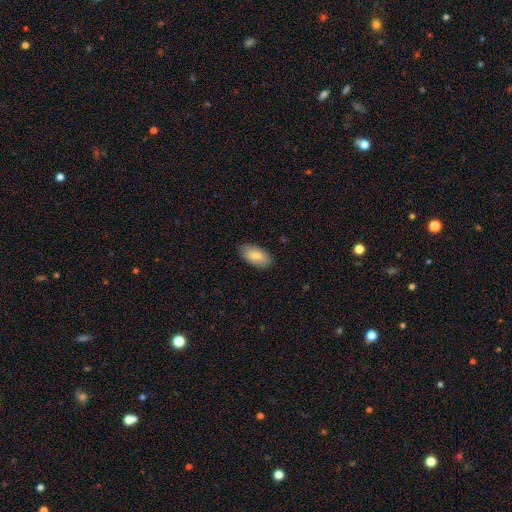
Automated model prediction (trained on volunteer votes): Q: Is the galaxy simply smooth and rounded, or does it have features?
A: smooth — 77%.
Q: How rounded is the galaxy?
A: in between — 94%.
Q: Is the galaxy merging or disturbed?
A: none — 83%.